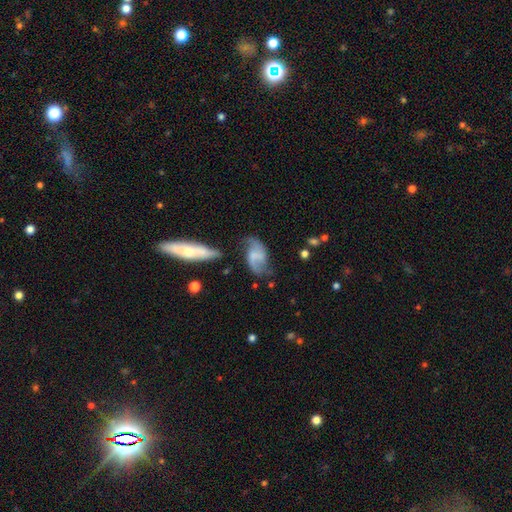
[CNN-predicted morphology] This appears to be a featured or disk galaxy (73%) with no bar (45%), 2 (89%) loose (62%) spiral arms (91%) and no central bulge (60%). Merging: none (57%).